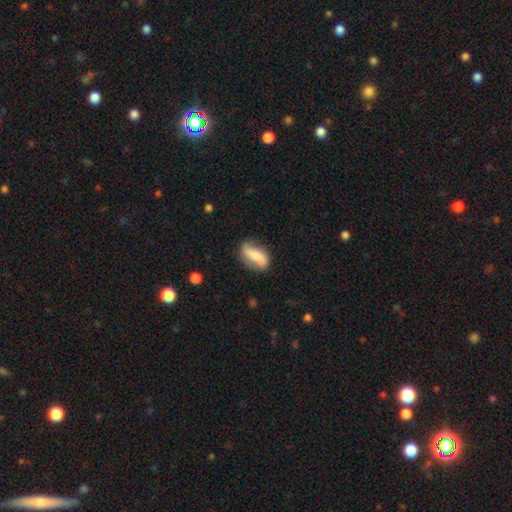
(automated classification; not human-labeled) Smooth or featured: smooth — 48% (featured or disk — 45%)
Merging: none — 64% (minor disturbance — 23%)